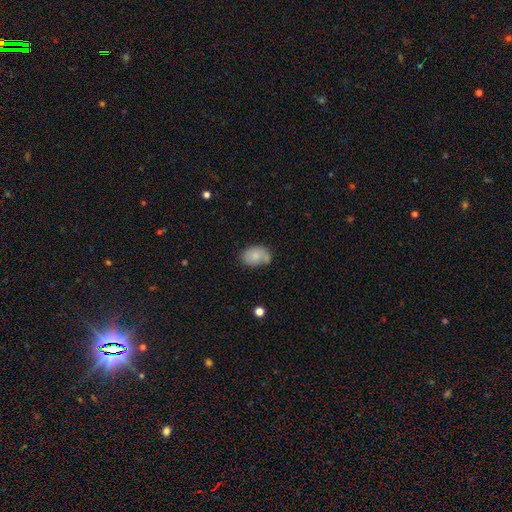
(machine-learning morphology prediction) Overall: smooth (82%). How rounded: in between (85%). Merging: none (57%; minor disturbance 27%).